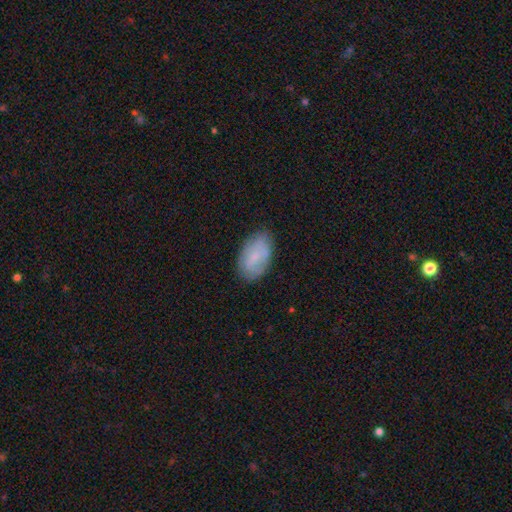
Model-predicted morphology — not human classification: type=smooth (67%); roundness=in between (93%); merging=none (76%).